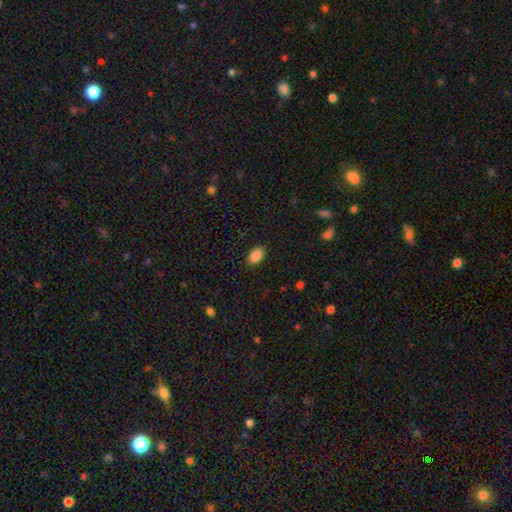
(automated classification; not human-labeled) Morphology: type=smooth (88%); roundness=in between (90%); merging=none (87%).